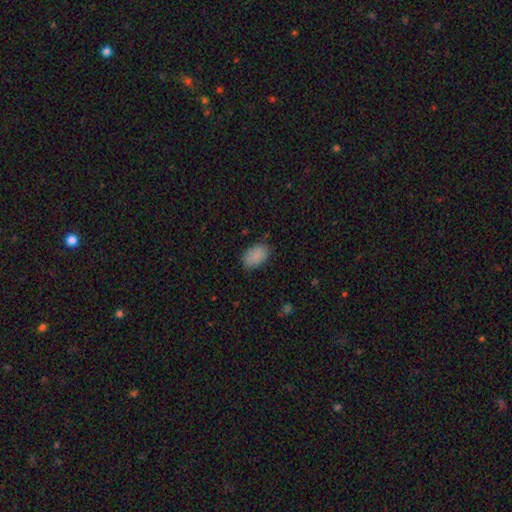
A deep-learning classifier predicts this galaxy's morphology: A smooth galaxy with no disk features (88%) that is in between round and cigar-shaped (90%). Merging: none (79%).